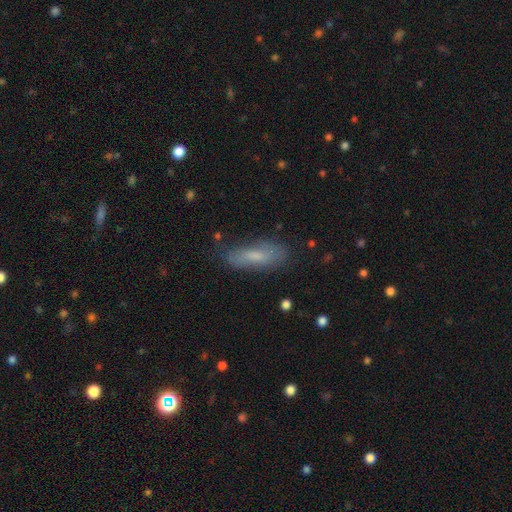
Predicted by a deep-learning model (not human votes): Smooth or featured: smooth — 67% (featured or disk — 24%)
How rounded: in between — 50% (cigar-shaped — 48%)
Merging: none — 77% (minor disturbance — 17%)